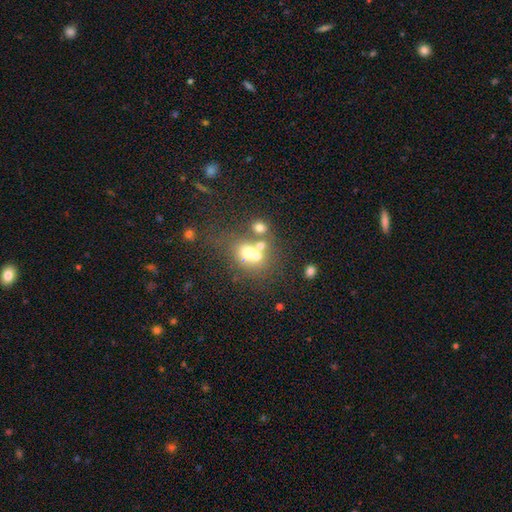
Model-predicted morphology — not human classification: The model was most divided on "merging": merger: 48%, none: 34%, minor disturbance: 10%, major disturbance: 8%. More confident: how rounded — round (63%); smooth or featured — smooth (57%).